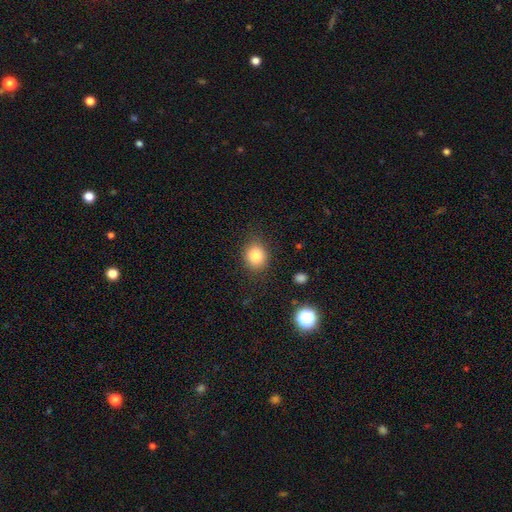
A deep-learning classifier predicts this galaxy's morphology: The model was most divided on "how rounded": round: 71%, in between: 28%, cigar-shaped: 1%. More confident: merging — none (85%); smooth or featured — smooth (82%).